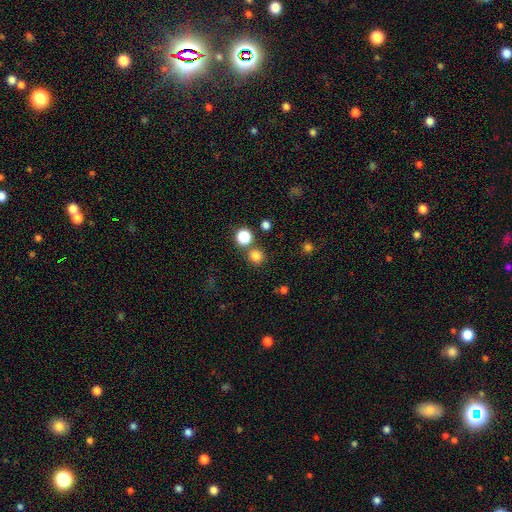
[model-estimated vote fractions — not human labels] Smooth or featured?
  - smooth: 79% *
  - star or artifact: 16%
  - featured or disk: 4%
How rounded?
  - round: 92% *
  - in between: 7%
  - cigar-shaped: 1%
Merging?
  - none: 79% *
  - merger: 11%
  - minor disturbance: 7%
  - major disturbance: 3%